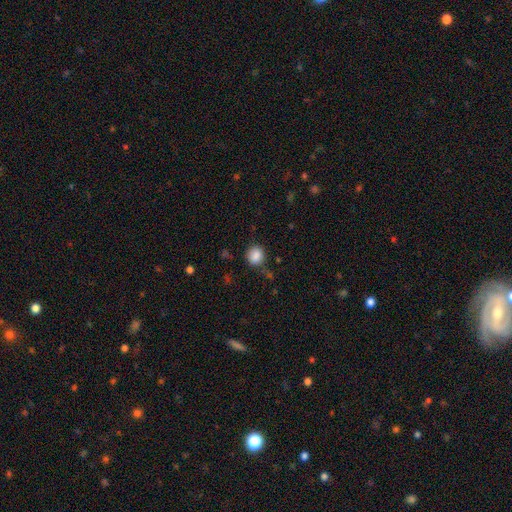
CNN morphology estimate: This appears to be a smooth galaxy with no disk features (87%) that is round (81%). Merging: none (77%).